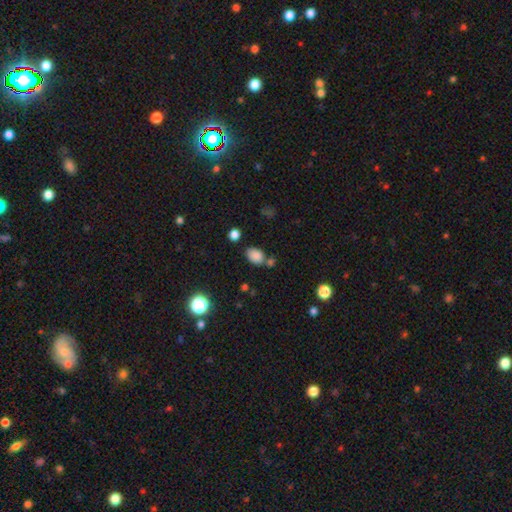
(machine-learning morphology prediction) A smooth galaxy with no disk features (83%) that is in between round and cigar-shaped (78%). Merging: none (63%).